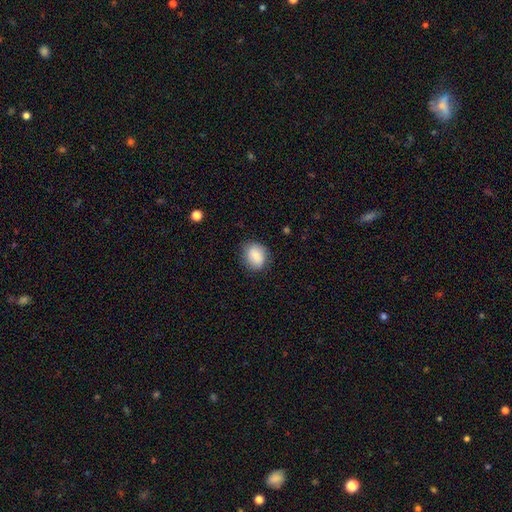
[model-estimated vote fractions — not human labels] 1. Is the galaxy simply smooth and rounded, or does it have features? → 86% smooth, 7% star or artifact, 7% featured or disk.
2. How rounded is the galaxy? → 50% in between, 49% round, 1% cigar-shaped.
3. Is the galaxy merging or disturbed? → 79% none, 16% minor disturbance, 4% major disturbance, 1% merger.